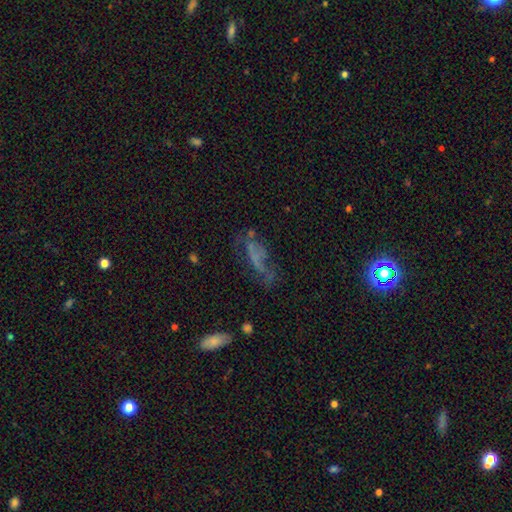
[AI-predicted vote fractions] Smooth or featured: featured or disk — 48% (smooth — 32%)
Merging: none — 36% (tied with major disturbance — 36%)